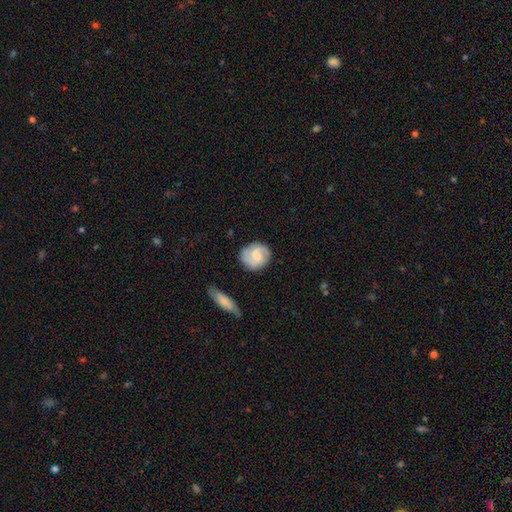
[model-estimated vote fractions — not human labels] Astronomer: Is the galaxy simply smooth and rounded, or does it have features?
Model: featured or disk — 51% (runner-up: smooth, 42%).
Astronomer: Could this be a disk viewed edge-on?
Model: no — 97%.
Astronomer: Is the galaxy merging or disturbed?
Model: none — 79%.